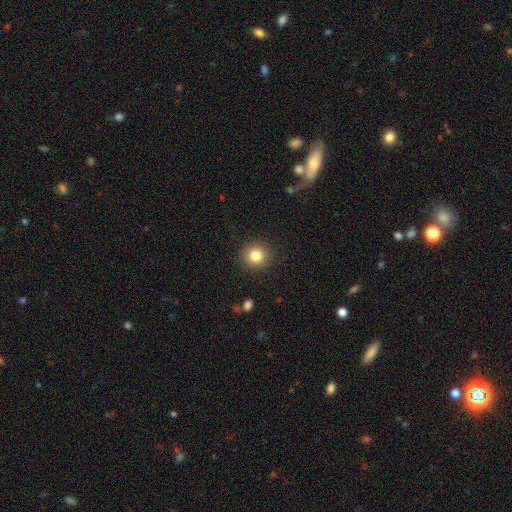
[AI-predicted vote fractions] This appears to be a smooth galaxy with no disk features (83%) that is round (92%). Merging: none (90%).